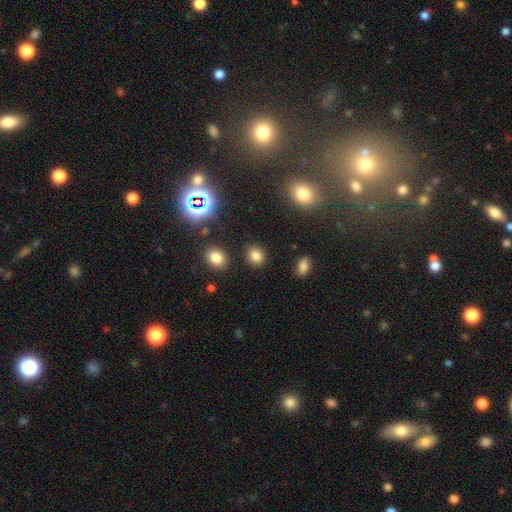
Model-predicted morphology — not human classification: smooth 79%, star or artifact 16%, featured or disk 6%. Down the decision tree: how rounded — round (58%); merging — none (86%).